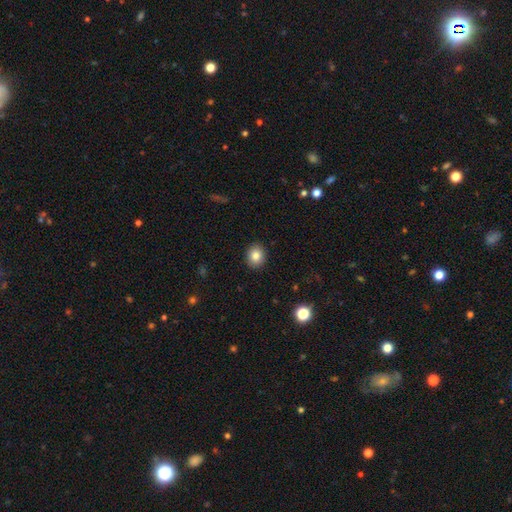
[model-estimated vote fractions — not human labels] This appears to be a smooth galaxy with no disk features (83%) that is round (68%). Merging: none (91%).